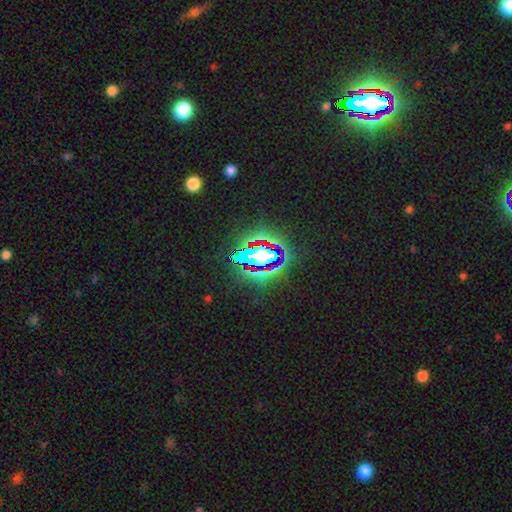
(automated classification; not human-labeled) This appears to be a star or artifact, not a galaxy (66%).